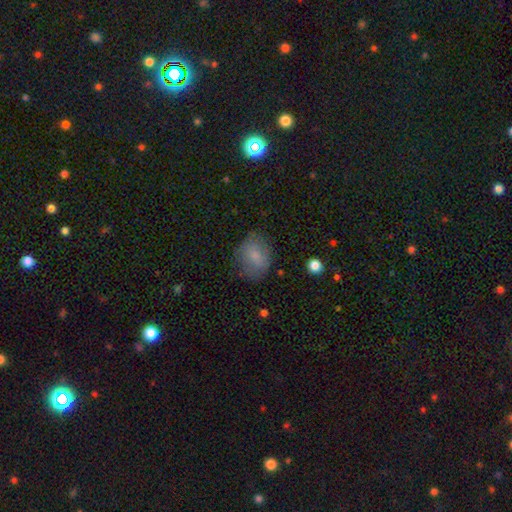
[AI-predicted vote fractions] This appears to be a smooth galaxy with no disk features (76%) that is in between round and cigar-shaped (51%). Merging: none (73%).